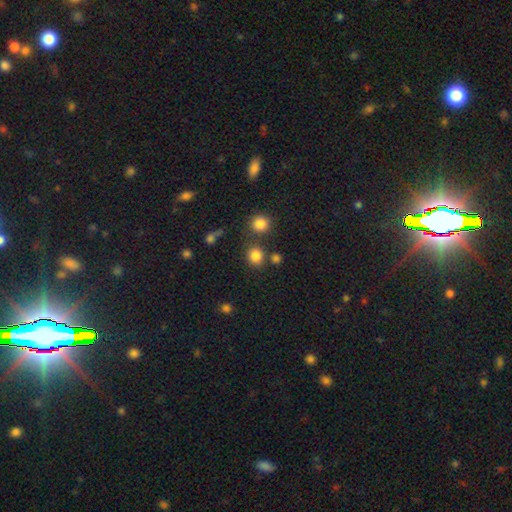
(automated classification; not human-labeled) This is clearly a smooth galaxy (81%). How rounded: clearly round (84%). Merging: likely none (74%).